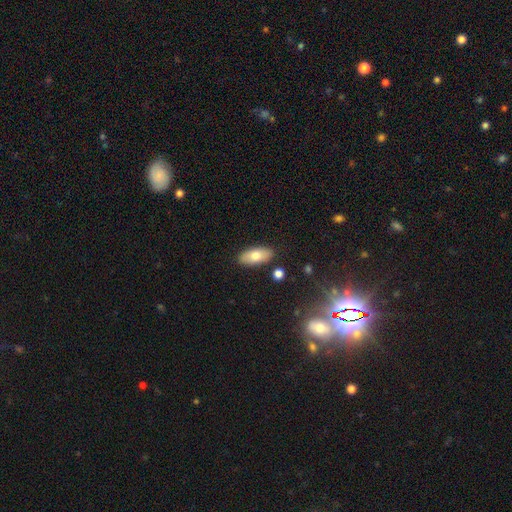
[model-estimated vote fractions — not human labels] Smooth or featured? smooth (74%)
How rounded? in between (88%)
Merging? none (86%)